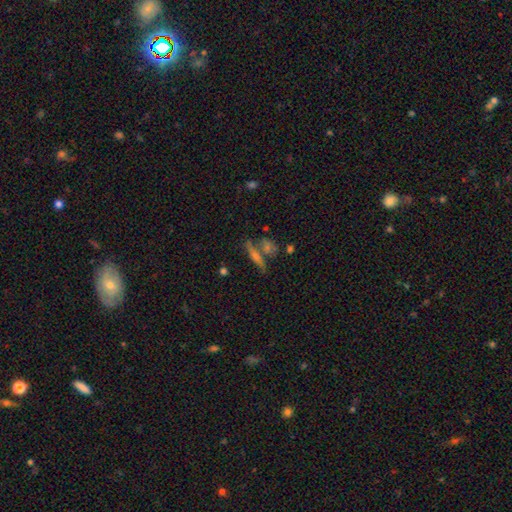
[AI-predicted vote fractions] The model was most divided on "smooth or featured": featured or disk: 45%, smooth: 37%, star or artifact: 18%. More confident: merging — none (64%).